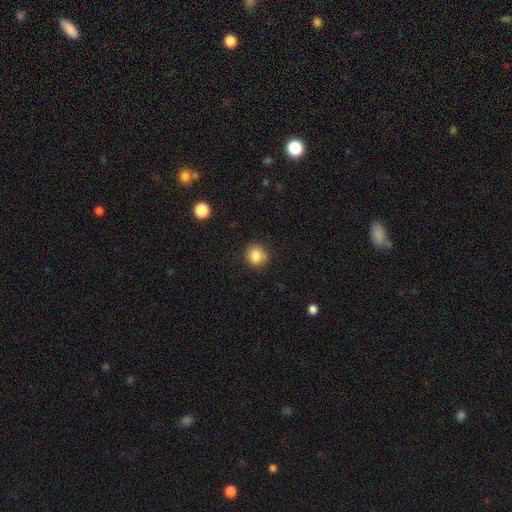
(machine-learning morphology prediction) A smooth galaxy with no disk features (84%) that is round (86%).

Vote fractions:
- Smooth or featured? smooth: 84% / star or artifact: 10% / featured or disk: 6%
- How rounded? round: 86% / in between: 13% / cigar-shaped: 1%
- Merging? none: 81% / minor disturbance: 13% / merger: 3% / major disturbance: 3%